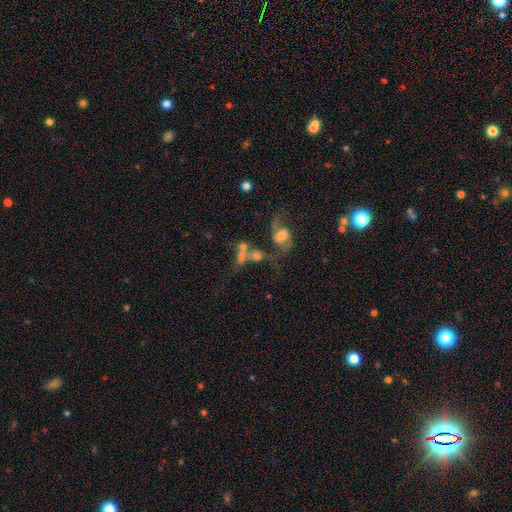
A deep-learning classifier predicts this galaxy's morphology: This appears to be a featured or disk galaxy (53%). Merging: merger (43%).